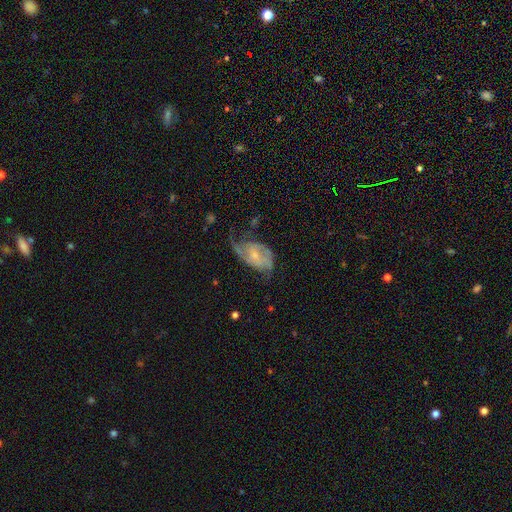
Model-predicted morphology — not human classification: Overall: featured or disk (76%). Edge-on disk: no (97%). Bar: no (49%; weak 42%). Spiral arms: yes (89%). Spiral arm count: 2 (72%). Spiral winding: medium (43%; loose 37%). Bulge size: small (58%; moderate 29%). Merging: none (41%; major disturbance 30%).